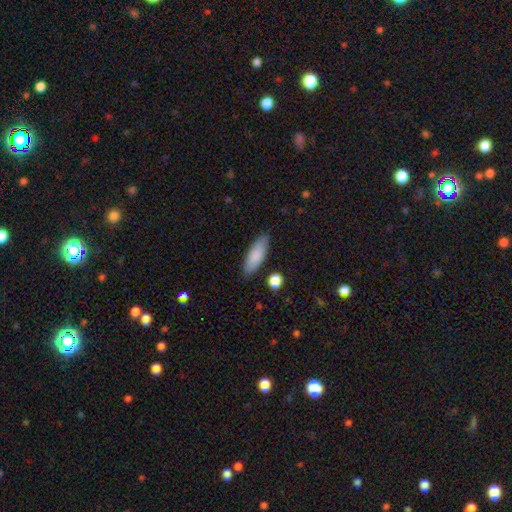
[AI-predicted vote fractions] Morphology: type=smooth (84%); roundness=in between (64%); merging=none (83%).